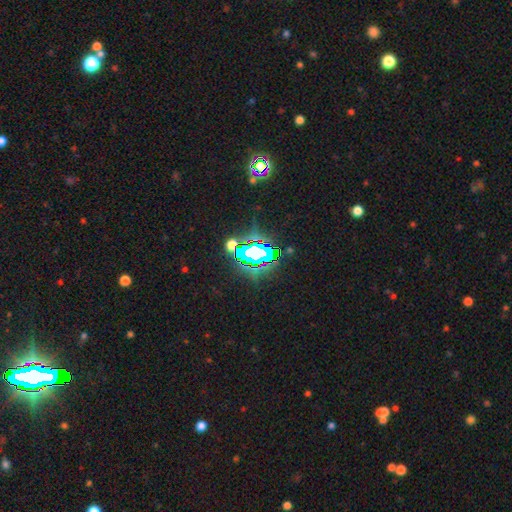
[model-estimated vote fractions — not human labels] Morphology: type=star or artifact (74%).